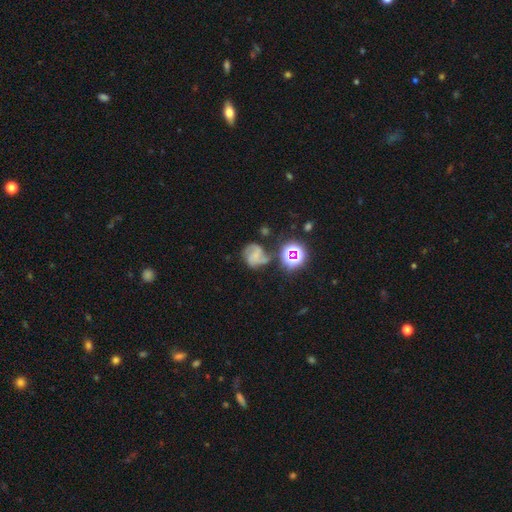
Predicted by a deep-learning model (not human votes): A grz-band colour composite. It shows a featured or disk galaxy (54%) with no bar (60%), spiral arms (84%) and no central bulge (46%). Merging: none (47%).